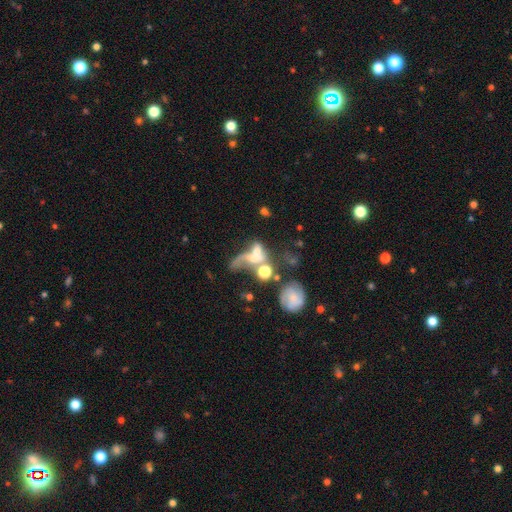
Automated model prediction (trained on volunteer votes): featured or disk 46%, smooth 37%, star or artifact 18%. Down the decision tree: merging — merger (48%).